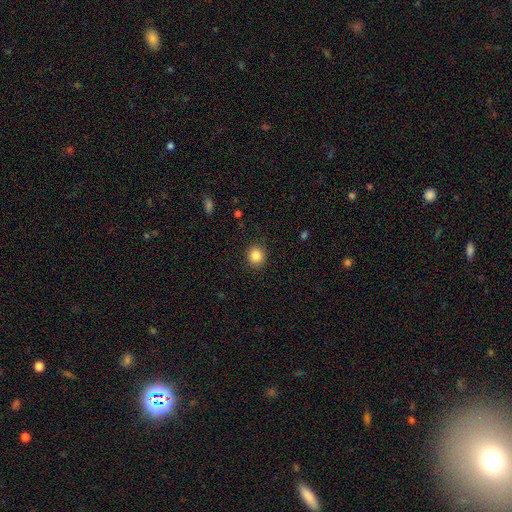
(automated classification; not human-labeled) Smooth or featured: smooth — 85% (star or artifact — 10%)
How rounded: round — 83% (in between — 16%)
Merging: none — 90% (minor disturbance — 7%)